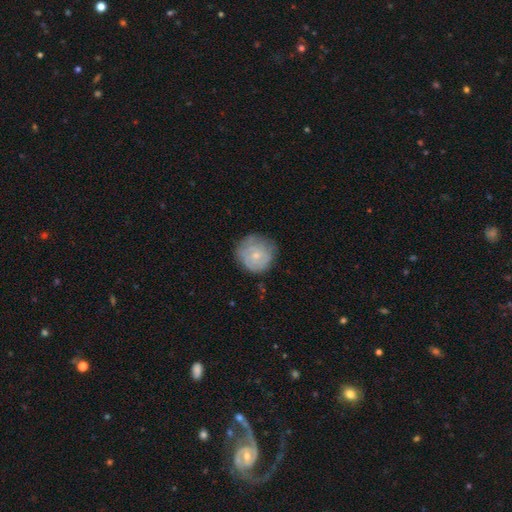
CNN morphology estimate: smooth-or-featured: featured or disk: 48% | smooth: 45% | star or artifact: 7%
  merging: none: 69% | minor disturbance: 22% | major disturbance: 7% | merger: 1%